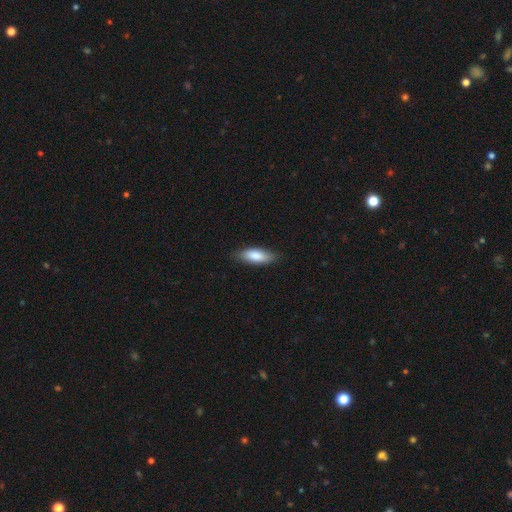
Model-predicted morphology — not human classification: The model was most divided on "how rounded": in between: 65%, cigar-shaped: 33%, round: 2%. More confident: merging — none (83%); smooth or featured — smooth (82%).